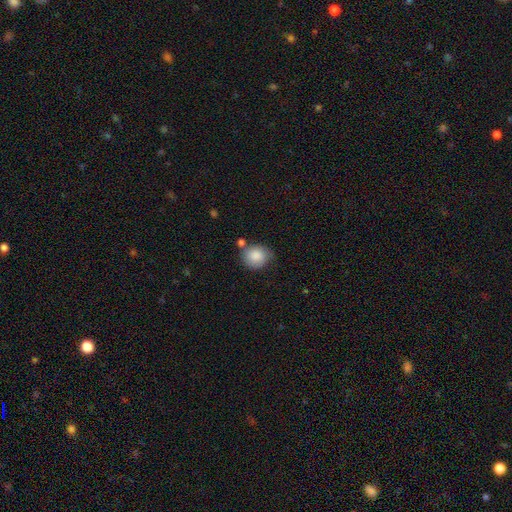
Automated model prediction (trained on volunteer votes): A smooth galaxy with no disk features (86%) that is round (80%). Merging: none (62%).